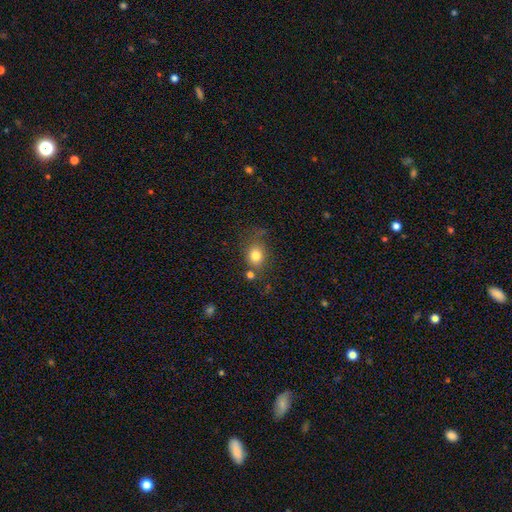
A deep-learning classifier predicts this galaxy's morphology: Smooth or featured? smooth (79%)
How rounded? round (61%)
Merging? none (63%)